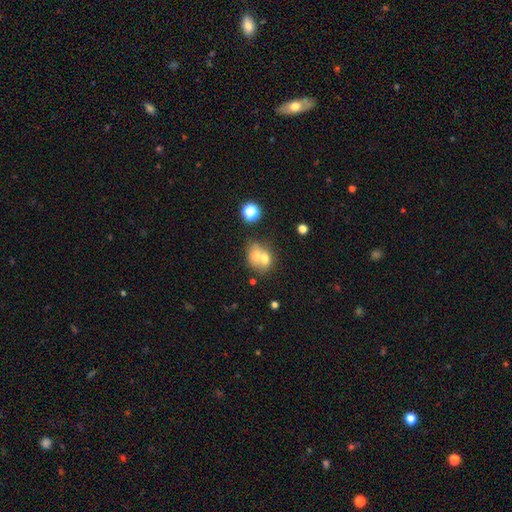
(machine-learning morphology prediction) smooth_or_featured: smooth (p=0.64) [alt: featured or disk p=0.24]
how_rounded: round (p=0.51) [alt: in between p=0.48]
merging: merger (p=0.66) [alt: none p=0.24]